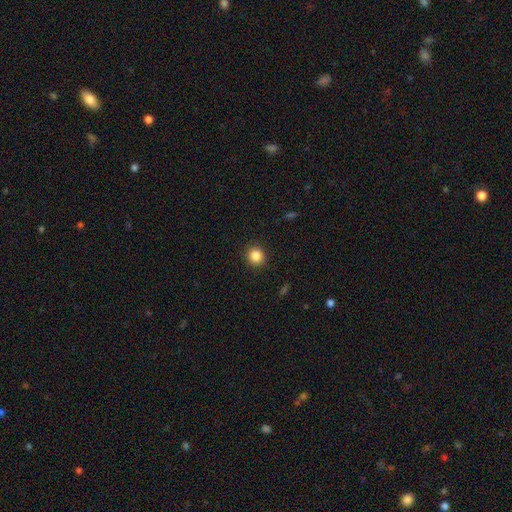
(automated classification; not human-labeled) Morphology: type=smooth (86%); roundness=round (90%); merging=none (91%).